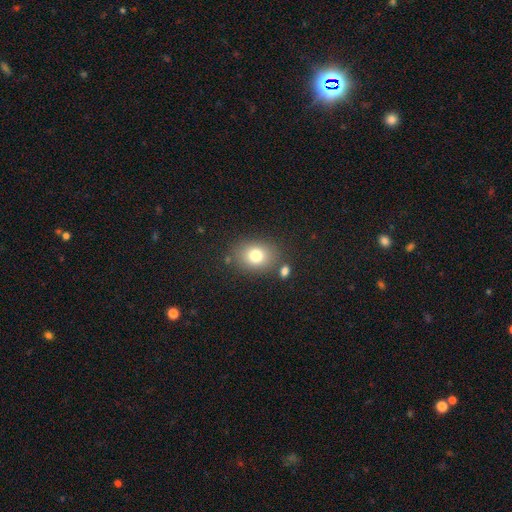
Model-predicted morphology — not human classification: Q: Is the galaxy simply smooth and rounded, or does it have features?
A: smooth — 79%.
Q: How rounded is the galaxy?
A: in between — 54%.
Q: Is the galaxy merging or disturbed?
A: none — 78%.